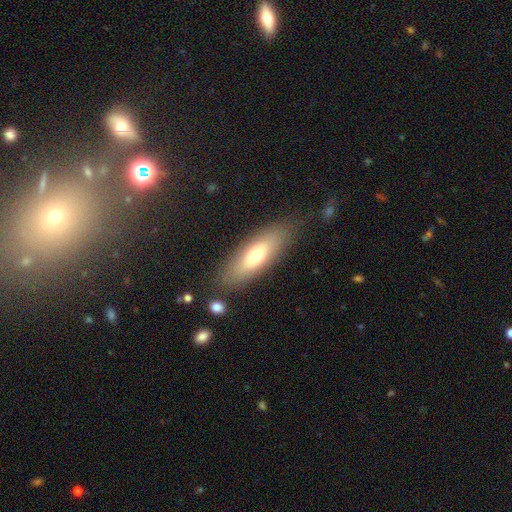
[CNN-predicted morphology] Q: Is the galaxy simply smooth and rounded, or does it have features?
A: smooth — 63%.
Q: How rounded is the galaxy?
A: in between — 61%.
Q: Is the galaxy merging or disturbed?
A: none — 80%.